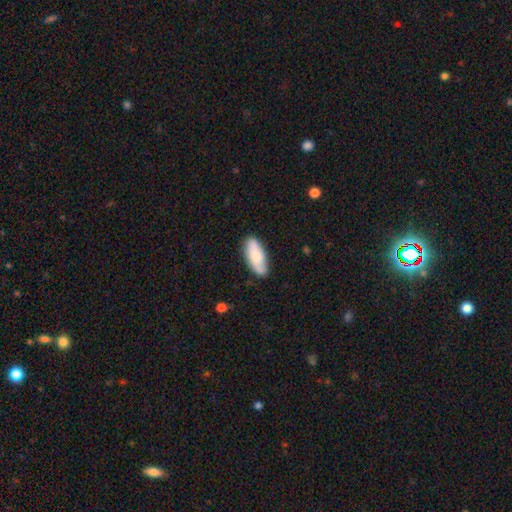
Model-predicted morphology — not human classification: Smooth or featured? smooth (72%)
How rounded? in between (79%)
Merging? none (81%)